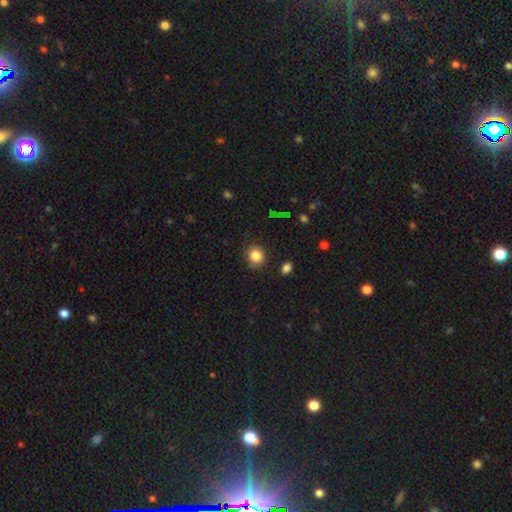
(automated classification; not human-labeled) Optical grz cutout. It shows a smooth galaxy with no disk features (84%) that is round (78%). Merging: none (86%).